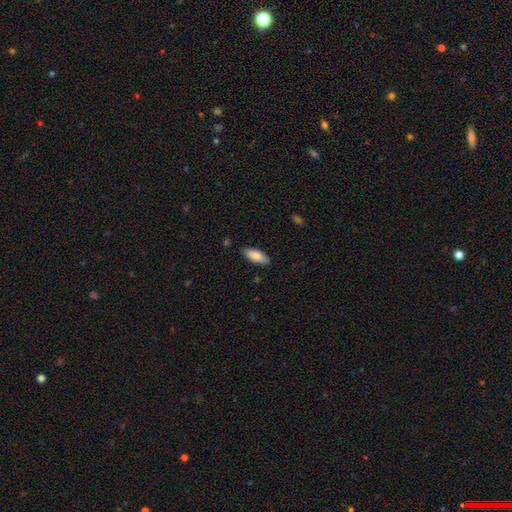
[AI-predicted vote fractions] Smooth or featured?
  - smooth: 84% *
  - featured or disk: 10%
  - star or artifact: 6%
How rounded?
  - in between: 81% *
  - cigar-shaped: 17%
  - round: 2%
Merging?
  - none: 86% *
  - minor disturbance: 10%
  - major disturbance: 2%
  - merger: 1%